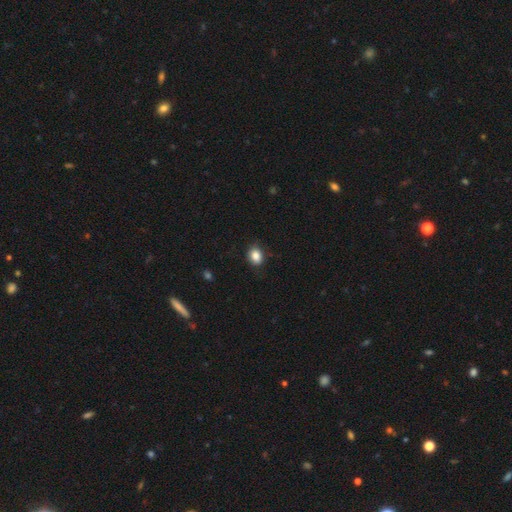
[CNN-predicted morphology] Smooth or featured: smooth — 86% (star or artifact — 9%)
How rounded: in between — 56% (round — 43%)
Merging: none — 84% (minor disturbance — 13%)